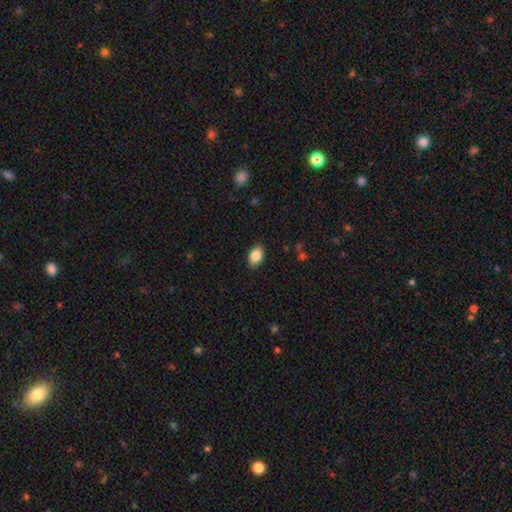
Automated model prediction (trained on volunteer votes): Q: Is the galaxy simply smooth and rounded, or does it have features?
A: smooth — 84%.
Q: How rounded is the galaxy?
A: in between — 89%.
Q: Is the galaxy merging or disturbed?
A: none — 87%.